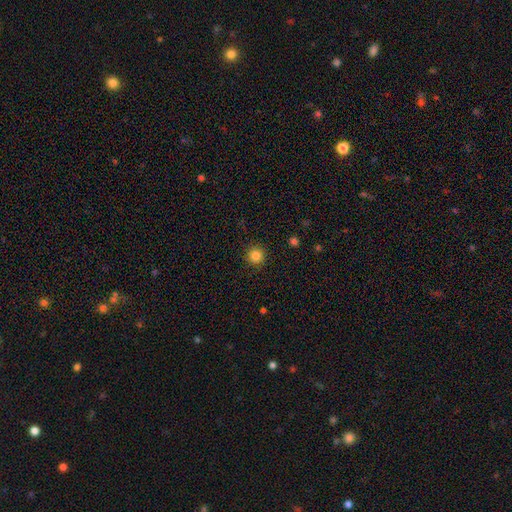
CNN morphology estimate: smooth_or_featured: smooth (p=0.84) [alt: star or artifact p=0.12]
how_rounded: round (p=0.95) [alt: in between p=0.04]
merging: none (p=0.91) [alt: minor disturbance p=0.06]